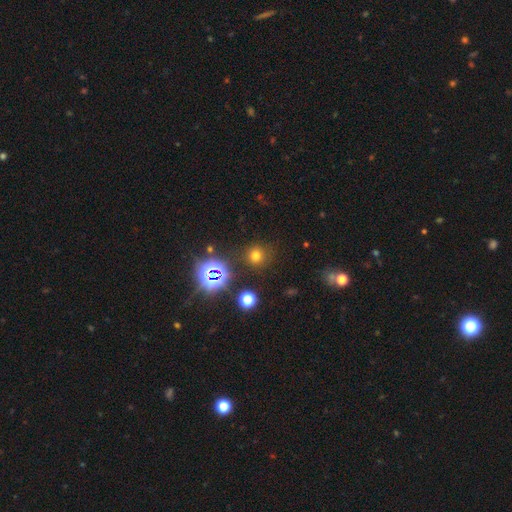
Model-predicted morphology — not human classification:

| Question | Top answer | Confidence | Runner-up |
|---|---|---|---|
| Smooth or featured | smooth | 66% | star or artifact (27%) |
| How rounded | round | 91% | in between (8%) |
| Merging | none | 86% | minor disturbance (8%) |